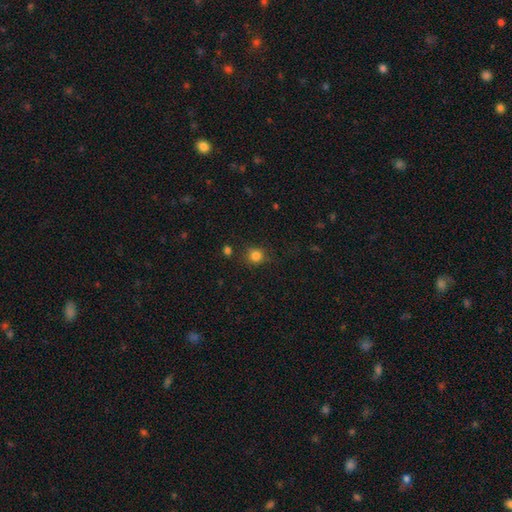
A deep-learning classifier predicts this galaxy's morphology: The model was most divided on "merging": none: 81%, minor disturbance: 12%, major disturbance: 4%, merger: 3%. More confident: how rounded — round (88%); smooth or featured — smooth (83%).